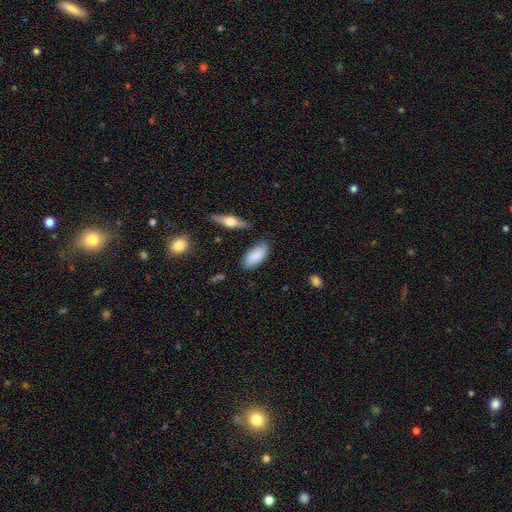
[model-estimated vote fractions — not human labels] Morphology: type=smooth (83%); roundness=in between (88%); merging=none (78%).